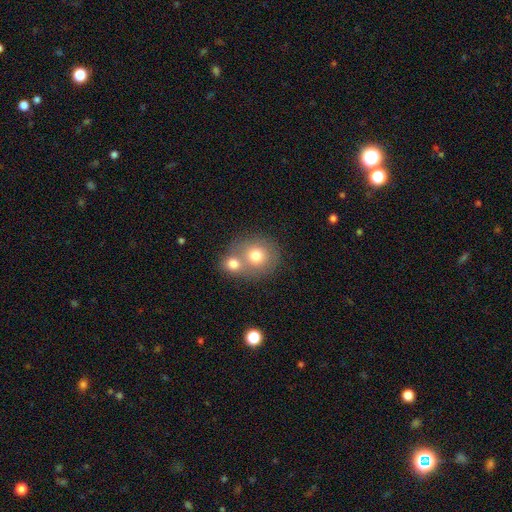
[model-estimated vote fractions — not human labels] Morphology: type=smooth (73%); roundness=round (84%); merging=merger (48%).